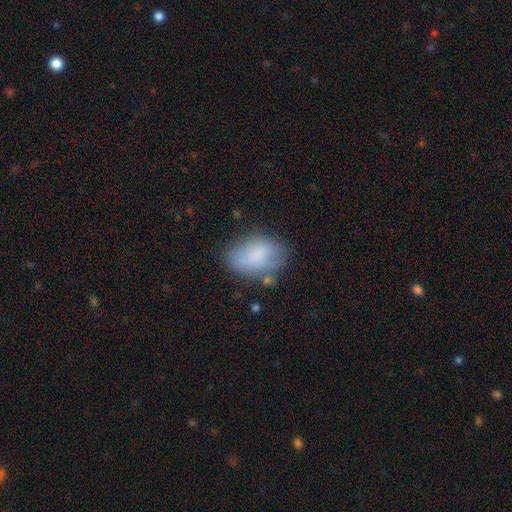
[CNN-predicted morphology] smooth 76%, featured or disk 16%, star or artifact 8%. Down the decision tree: how rounded — in between (83%); merging — none (56%).